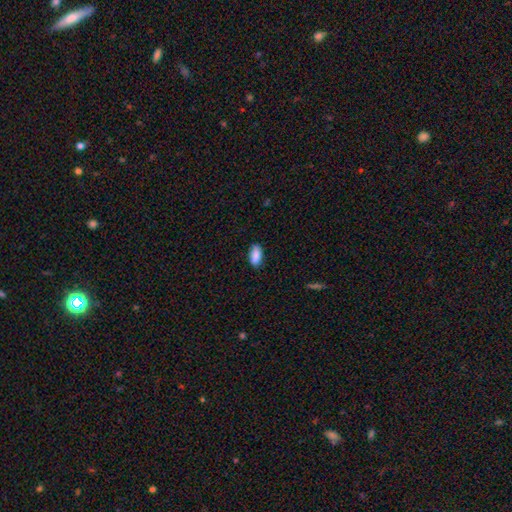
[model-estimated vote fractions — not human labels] Q: Smooth or featured?
A: smooth (88%); runner-up: star or artifact (7%)
Q: How rounded?
A: in between (91%); runner-up: cigar-shaped (7%)
Q: Merging?
A: none (86%); runner-up: minor disturbance (10%)